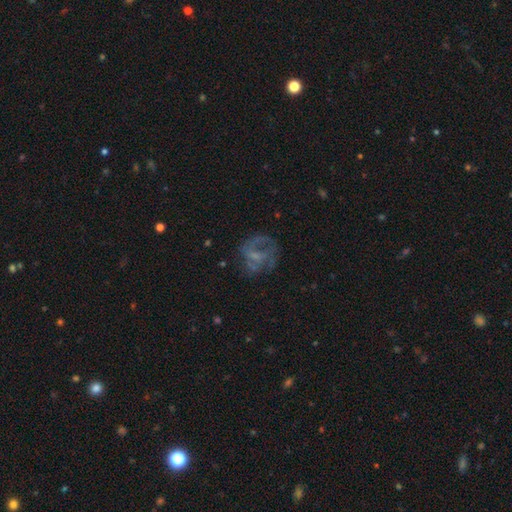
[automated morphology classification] A featured or disk galaxy (61%) with no bar (57%), spiral arms (60%) and no central bulge (39%). Merging: none (50%).